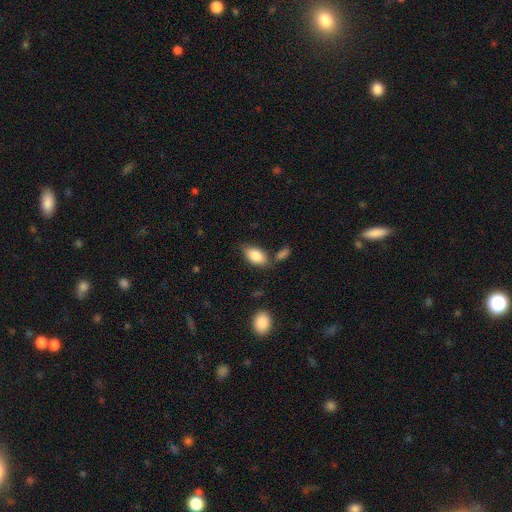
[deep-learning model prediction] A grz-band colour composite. It shows a smooth galaxy with no disk features (83%) that is in between round and cigar-shaped (92%). Merging: none (67%).